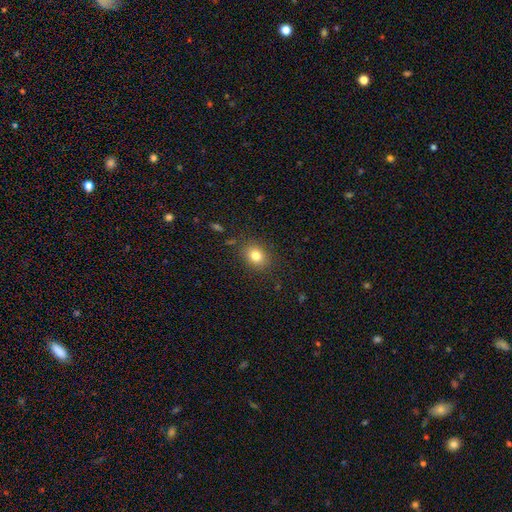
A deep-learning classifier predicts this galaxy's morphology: This appears to be a smooth galaxy with no disk features (81%) that is round (58%). Merging: none (86%).